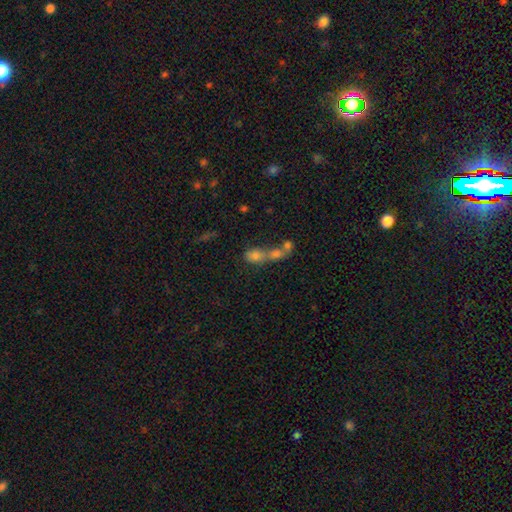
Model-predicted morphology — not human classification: Smooth or featured? smooth (65%)
How rounded? in between (58%)
Merging? merger (69%)